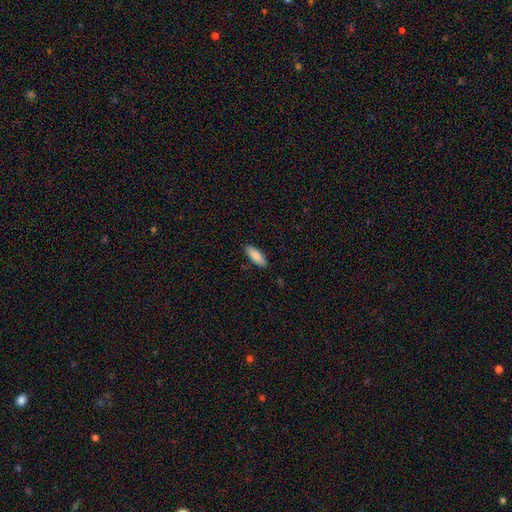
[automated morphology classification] A smooth galaxy with no disk features (88%) that is in between round and cigar-shaped (64%). Merging: none (87%).